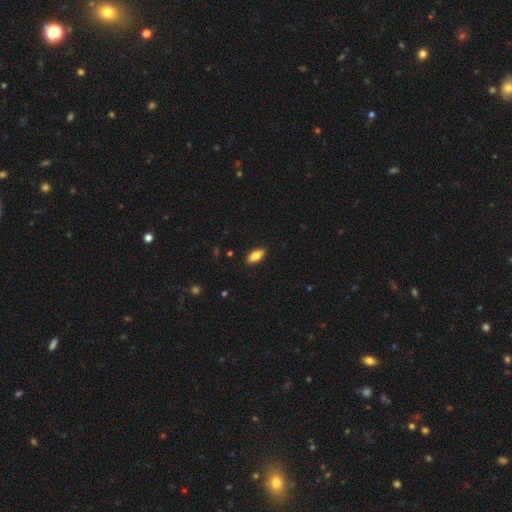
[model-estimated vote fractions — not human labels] Morphology: type=smooth (74%); roundness=in between (83%); merging=none (89%).